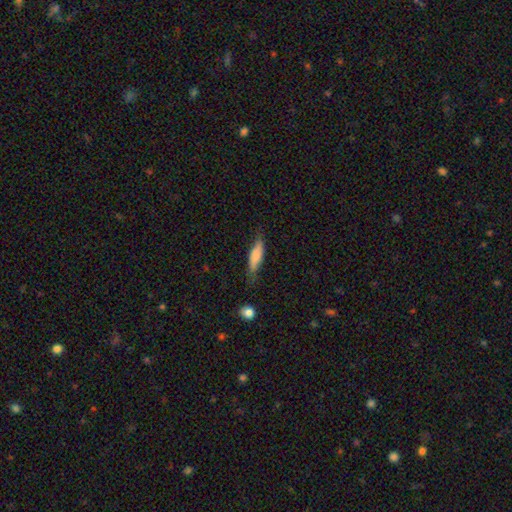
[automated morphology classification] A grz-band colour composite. It shows a smooth galaxy with no disk features (71%) that is cigar-shaped (60%). Merging: none (65%).